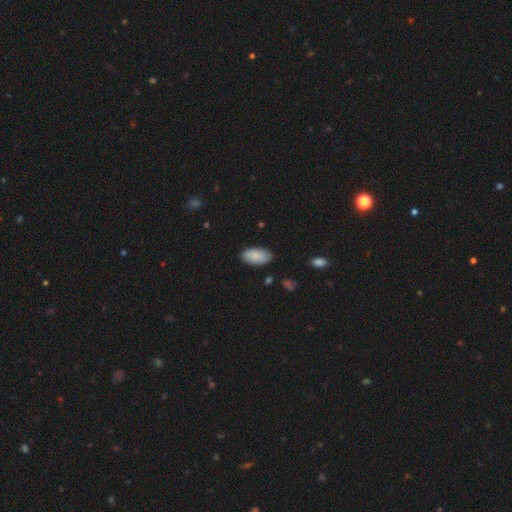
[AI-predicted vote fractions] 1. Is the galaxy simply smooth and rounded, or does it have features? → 86% smooth, 8% featured or disk, 6% star or artifact.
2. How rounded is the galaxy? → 95% in between, 3% cigar-shaped, 2% round.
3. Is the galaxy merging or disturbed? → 84% none, 12% minor disturbance, 2% major disturbance, 1% merger.